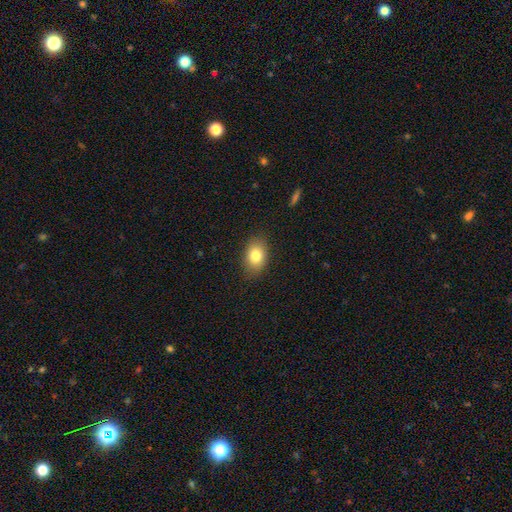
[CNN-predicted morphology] This appears to be a smooth galaxy with no disk features (79%) that is in between round and cigar-shaped (79%). Merging: none (85%).